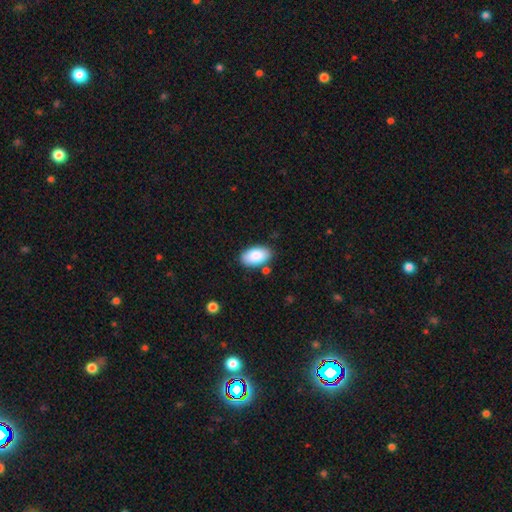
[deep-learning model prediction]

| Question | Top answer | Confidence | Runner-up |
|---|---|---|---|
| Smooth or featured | smooth | 87% | featured or disk (6%) |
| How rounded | in between | 95% | round (3%) |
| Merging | none | 83% | minor disturbance (11%) |